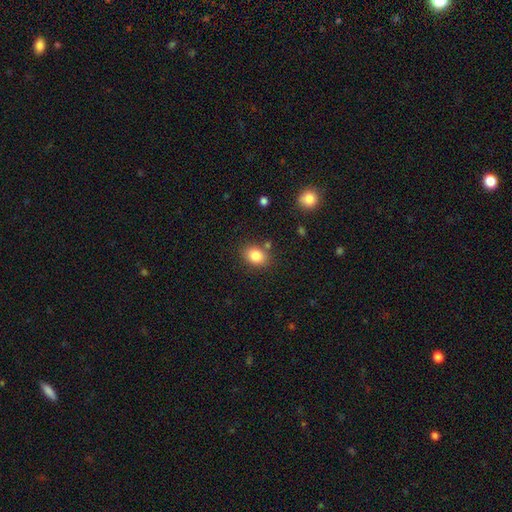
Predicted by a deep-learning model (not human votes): Morphology: type=smooth (84%); roundness=in between (66%); merging=none (80%).